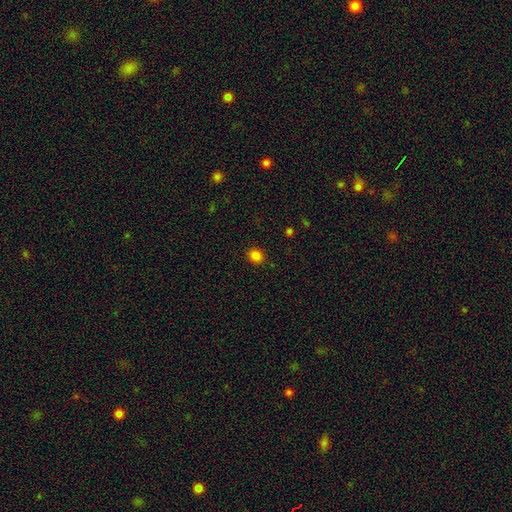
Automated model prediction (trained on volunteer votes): Smooth or featured: smooth — 83% (star or artifact — 13%)
How rounded: round — 72% (in between — 27%)
Merging: none — 90% (minor disturbance — 7%)